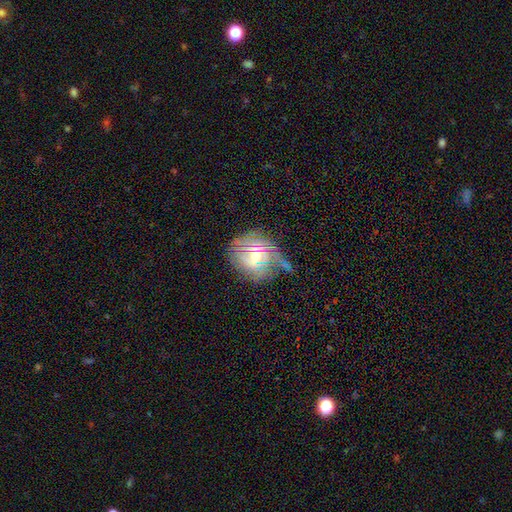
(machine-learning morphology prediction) Overall: smooth (45%; featured or disk 38%). Merging: none (66%).